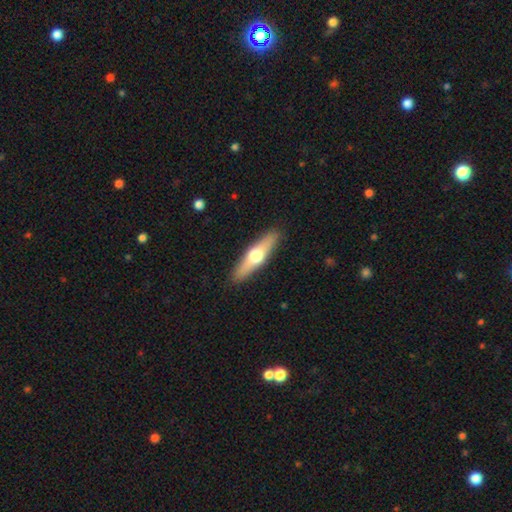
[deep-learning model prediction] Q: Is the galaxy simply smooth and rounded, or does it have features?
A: featured or disk — 48%.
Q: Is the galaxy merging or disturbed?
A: none — 89%.